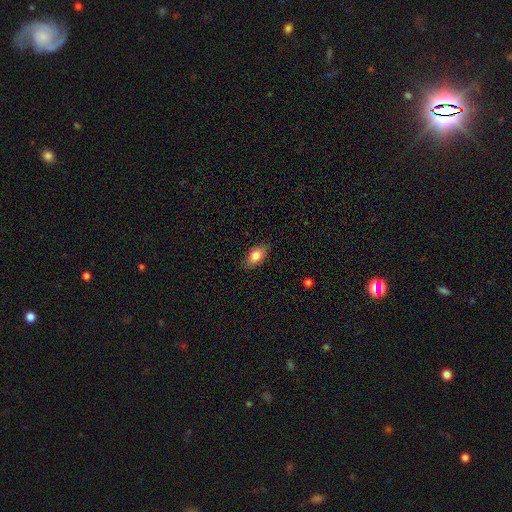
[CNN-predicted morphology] A smooth galaxy with no disk features (82%) that is in between round and cigar-shaped (90%). Merging: none (84%).